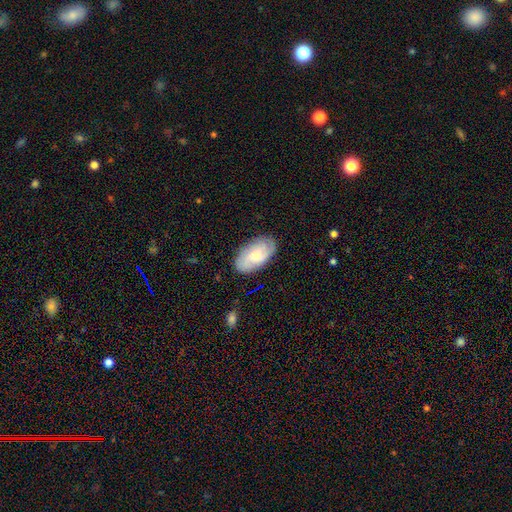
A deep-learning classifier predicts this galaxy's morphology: type=smooth (49%); merging=none (82%).